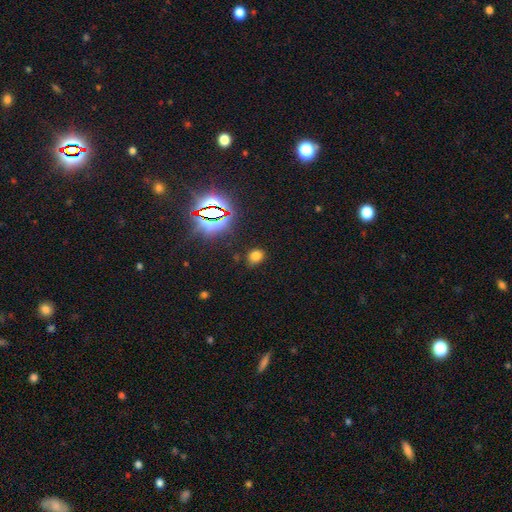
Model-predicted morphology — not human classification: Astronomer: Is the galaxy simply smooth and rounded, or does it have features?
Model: smooth — 69%.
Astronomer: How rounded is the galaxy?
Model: round — 55% (runner-up: in between, 43%).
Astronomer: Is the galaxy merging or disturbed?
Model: none — 78%.